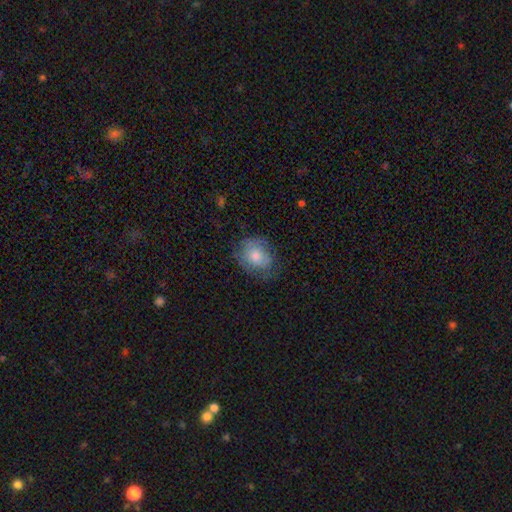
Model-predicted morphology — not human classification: Smooth or featured: smooth — 70% (featured or disk — 22%)
How rounded: round — 54% (in between — 45%)
Merging: none — 64% (minor disturbance — 25%)